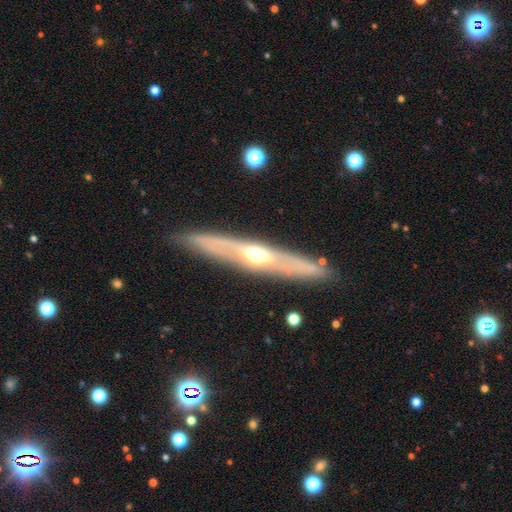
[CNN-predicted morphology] Smooth or featured: featured or disk — 71% (smooth — 23%)
Edge-on disk: yes — 77% (no — 23%)
Edge-on bulge: rounded — 86% (none — 10%)
Merging: none — 85% (minor disturbance — 11%)